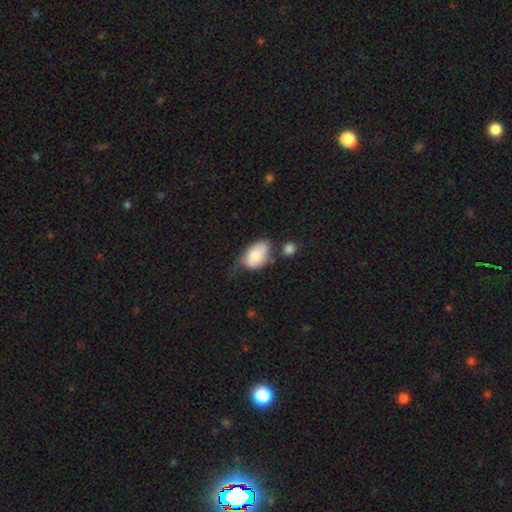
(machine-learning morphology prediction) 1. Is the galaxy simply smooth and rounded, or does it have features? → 74% smooth, 19% featured or disk, 7% star or artifact.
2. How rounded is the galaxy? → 89% in between, 10% round, 2% cigar-shaped.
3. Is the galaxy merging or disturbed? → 36% minor disturbance, 30% none, 21% major disturbance, 13% merger.